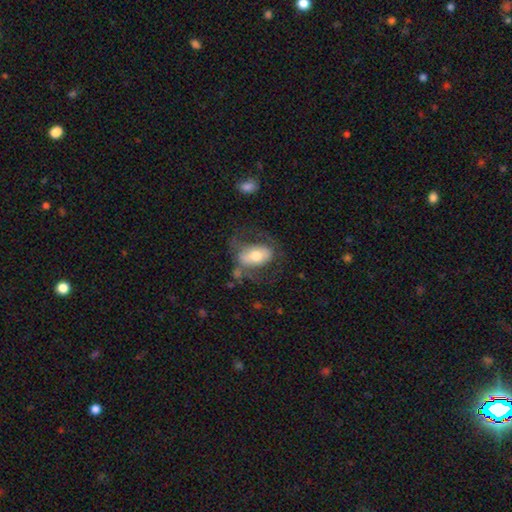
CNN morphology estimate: Smooth or featured? Predicted: smooth (p=0.50). How rounded? Predicted: in between (p=0.86). Merging? Predicted: none (p=0.49).